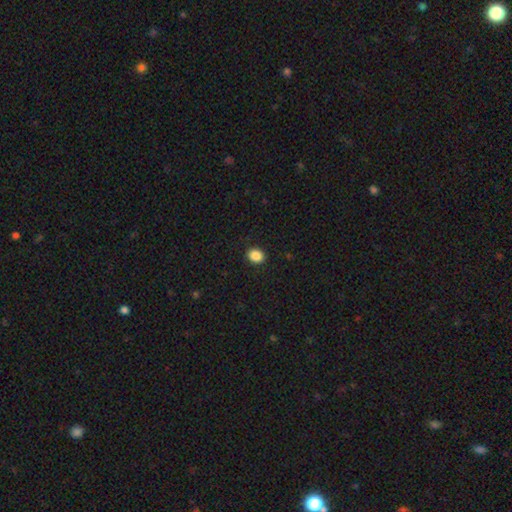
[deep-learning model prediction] smooth_or_featured: smooth (p=0.88) [alt: star or artifact p=0.09]
how_rounded: round (p=0.55) [alt: in between p=0.44]
merging: none (p=0.90) [alt: minor disturbance p=0.07]